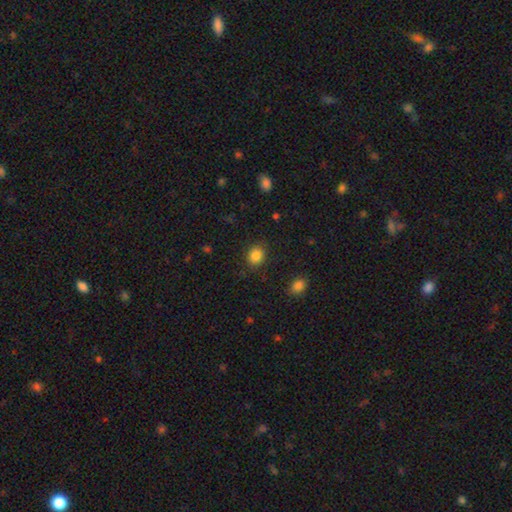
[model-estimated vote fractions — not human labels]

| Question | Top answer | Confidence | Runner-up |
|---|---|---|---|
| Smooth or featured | smooth | 85% | star or artifact (10%) |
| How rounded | round | 62% | in between (37%) |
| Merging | none | 85% | minor disturbance (11%) |